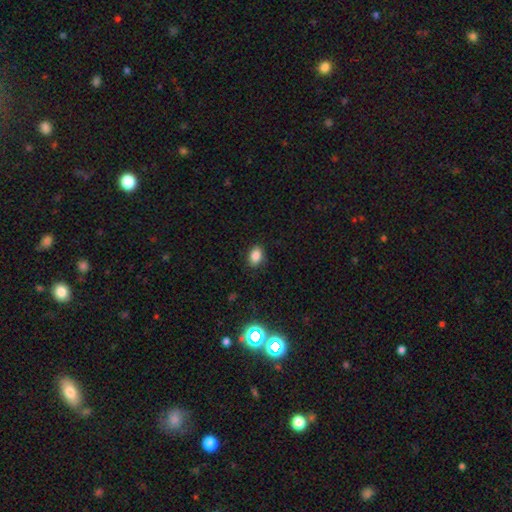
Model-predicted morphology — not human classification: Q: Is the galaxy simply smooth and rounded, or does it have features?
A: smooth — 85%.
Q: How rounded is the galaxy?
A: in between — 80%.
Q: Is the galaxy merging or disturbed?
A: none — 85%.